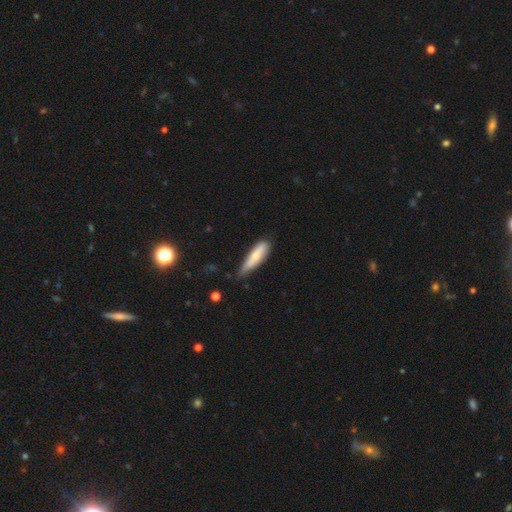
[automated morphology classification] This is likely a smooth galaxy (66%). How rounded: likely cigar-shaped (64%). Merging: possibly none (51%).